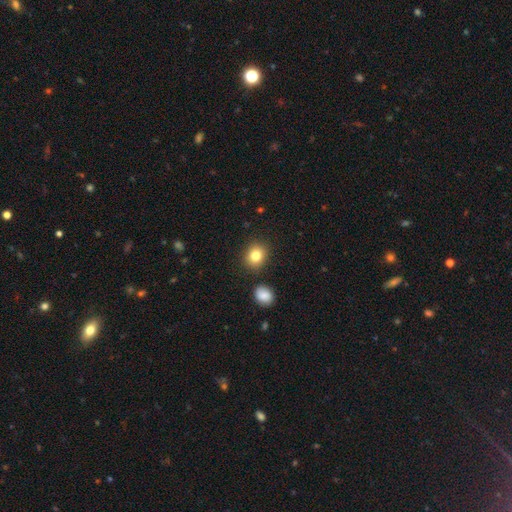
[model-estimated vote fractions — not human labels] Smooth or featured: smooth — 82% (star or artifact — 11%)
How rounded: round — 69% (in between — 30%)
Merging: none — 85% (minor disturbance — 9%)